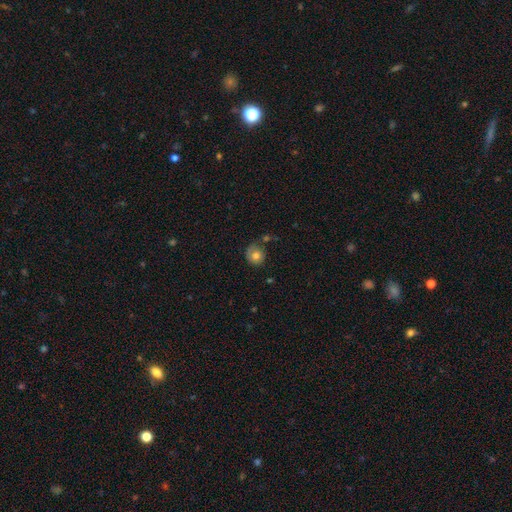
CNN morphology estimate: A smooth galaxy with no disk features (75%) that is round (87%). Merging: none (59%).